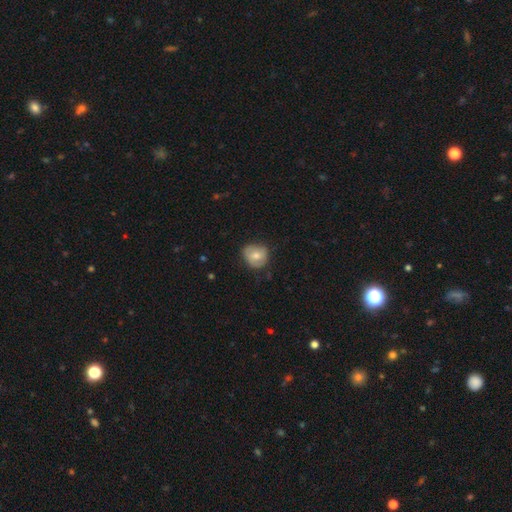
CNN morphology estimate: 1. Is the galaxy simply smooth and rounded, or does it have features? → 69% smooth, 24% featured or disk, 7% star or artifact.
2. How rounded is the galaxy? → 77% round, 22% in between, 1% cigar-shaped.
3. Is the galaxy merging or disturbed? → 68% none, 25% minor disturbance, 5% major disturbance, 1% merger.